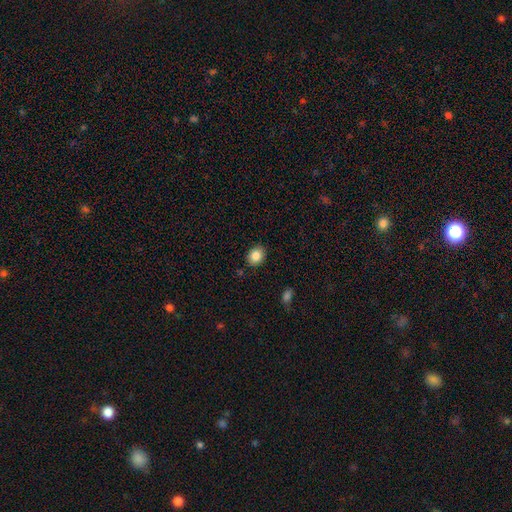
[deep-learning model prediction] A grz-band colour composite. It shows a smooth galaxy with no disk features (84%) that is round (50%). Merging: none (87%).